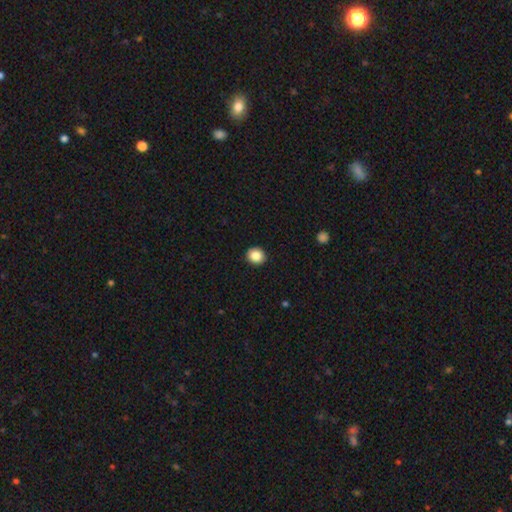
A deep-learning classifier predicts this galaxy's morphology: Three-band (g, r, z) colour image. It shows a smooth galaxy with no disk features (86%) that is round (85%). Merging: none (92%).